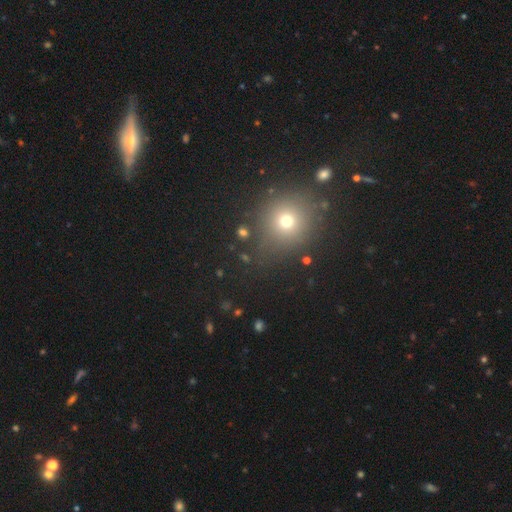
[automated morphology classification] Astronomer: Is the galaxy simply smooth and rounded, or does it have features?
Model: smooth — 51% (runner-up: star or artifact, 36%).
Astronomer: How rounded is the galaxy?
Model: round — 81%.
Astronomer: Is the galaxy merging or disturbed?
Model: none — 84%.